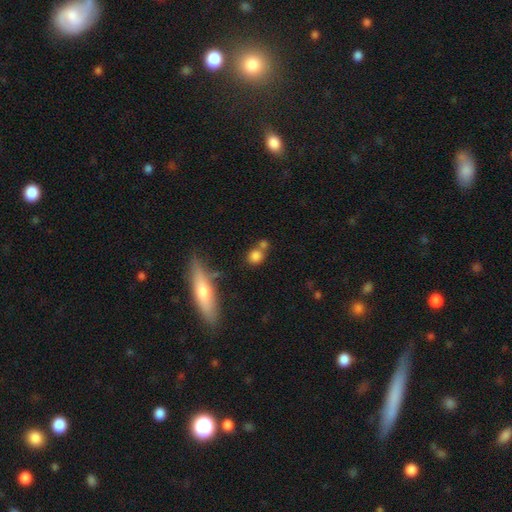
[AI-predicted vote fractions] smooth 78%, star or artifact 12%, featured or disk 10%. Down the decision tree: how rounded — round (74%); merging — none (56%).